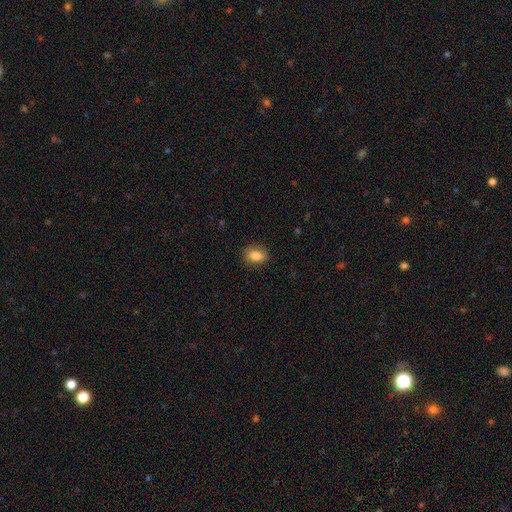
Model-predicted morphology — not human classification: The model was most divided on "how rounded": in between: 75%, round: 23%, cigar-shaped: 2%. More confident: merging — none (85%); smooth or featured — smooth (83%).